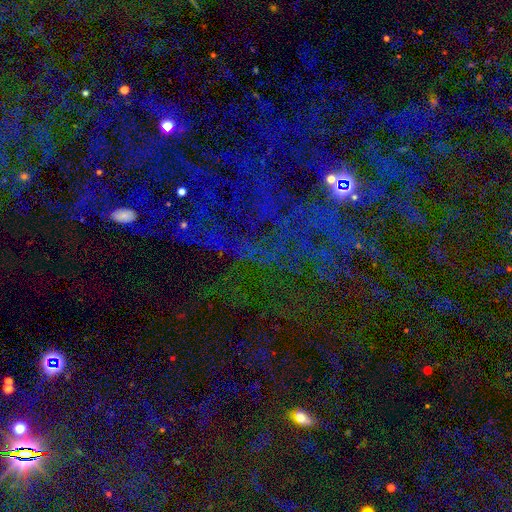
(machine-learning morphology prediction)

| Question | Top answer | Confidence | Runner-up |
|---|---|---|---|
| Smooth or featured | star or artifact | 75% | smooth (13%) |